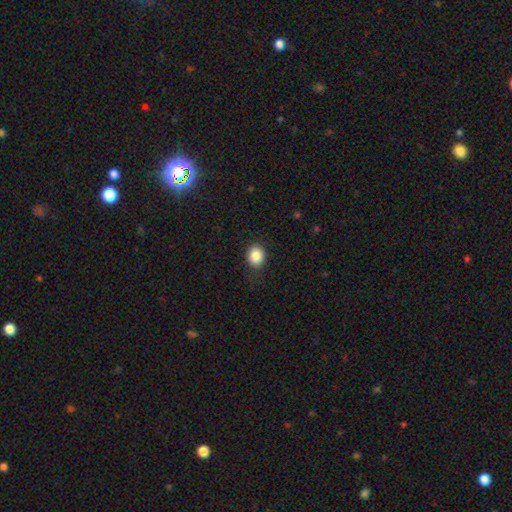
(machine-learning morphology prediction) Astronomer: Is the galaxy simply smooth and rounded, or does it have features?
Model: smooth — 86%.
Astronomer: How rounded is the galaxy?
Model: round — 66%.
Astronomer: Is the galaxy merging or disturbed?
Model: none — 84%.